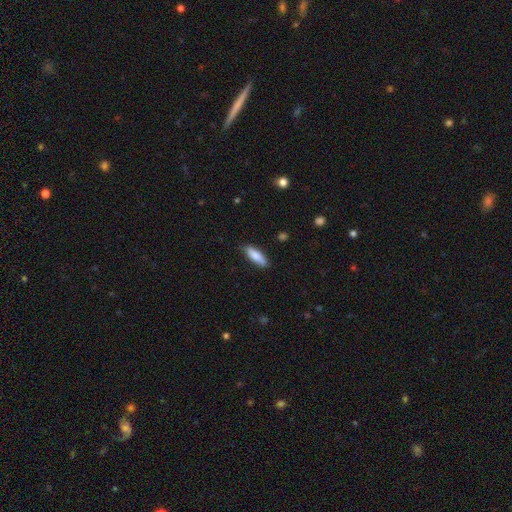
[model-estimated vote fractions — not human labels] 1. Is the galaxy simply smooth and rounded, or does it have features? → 82% smooth, 12% featured or disk, 6% star or artifact.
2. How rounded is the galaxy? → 51% in between, 47% cigar-shaped, 2% round.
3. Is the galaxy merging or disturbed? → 84% none, 12% minor disturbance, 2% major disturbance, 1% merger.